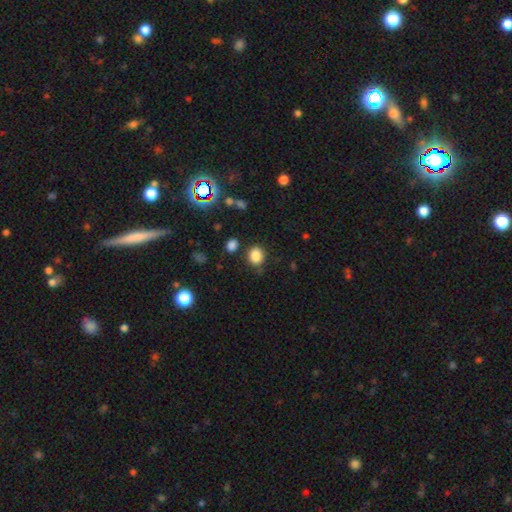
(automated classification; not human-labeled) A smooth galaxy with no disk features (84%) that is round (65%).

Vote fractions:
- Smooth or featured? smooth: 84% / star or artifact: 12% / featured or disk: 5%
- How rounded? round: 65% / in between: 34% / cigar-shaped: 1%
- Merging? none: 78% / minor disturbance: 13% / merger: 5% / major disturbance: 4%